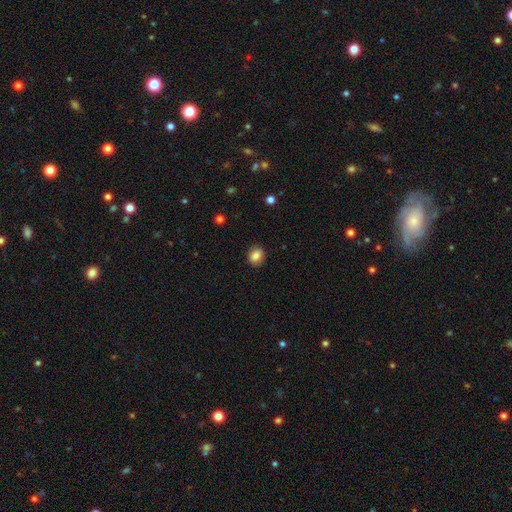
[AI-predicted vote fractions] Smooth or featured: smooth — 85% (star or artifact — 9%)
How rounded: round — 53% (in between — 46%)
Merging: none — 88% (minor disturbance — 9%)